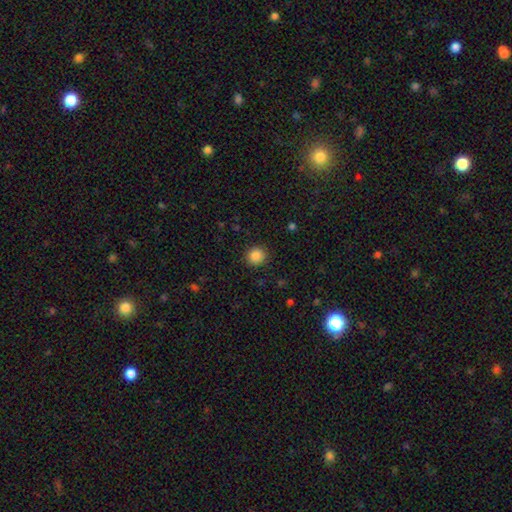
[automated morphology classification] Smooth or featured? Predicted: smooth (p=0.87). How rounded? Predicted: round (p=0.91). Merging? Predicted: none (p=0.90).